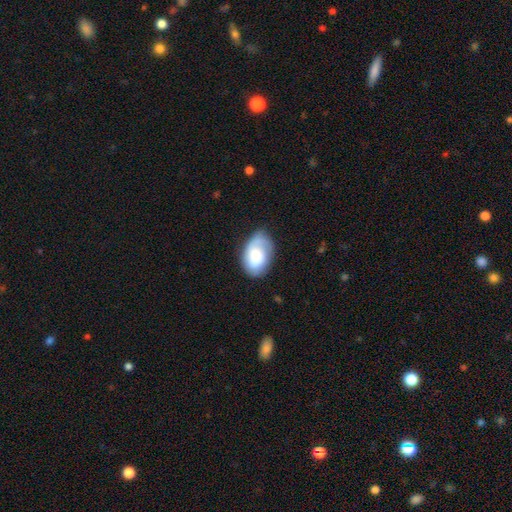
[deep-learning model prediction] Smooth or featured?
  - smooth: 59% *
  - featured or disk: 34%
  - star or artifact: 7%
How rounded?
  - in between: 89% *
  - round: 10%
  - cigar-shaped: 1%
Merging?
  - none: 63% *
  - minor disturbance: 26%
  - major disturbance: 9%
  - merger: 2%